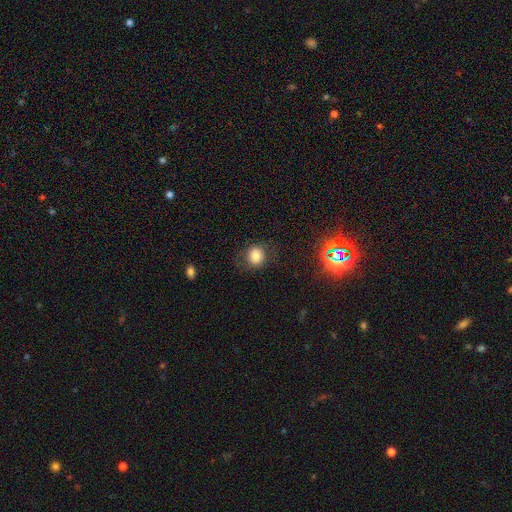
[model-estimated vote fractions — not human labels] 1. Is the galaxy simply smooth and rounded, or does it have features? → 78% smooth, 13% star or artifact, 9% featured or disk.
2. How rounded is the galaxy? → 77% round, 22% in between, 1% cigar-shaped.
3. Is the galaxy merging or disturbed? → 76% none, 15% minor disturbance, 8% major disturbance, 2% merger.